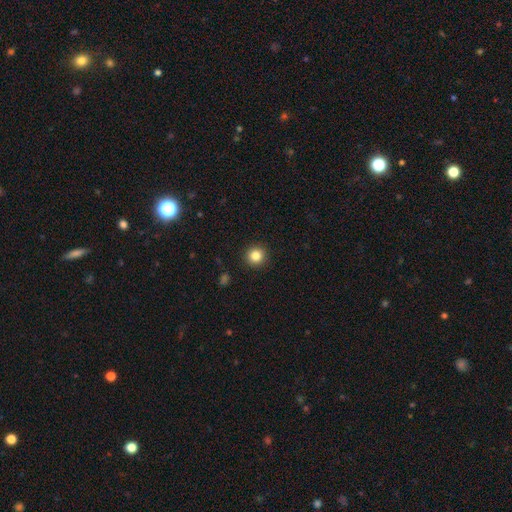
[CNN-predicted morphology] A smooth galaxy with no disk features (83%) that is round (95%). Merging: none (93%).